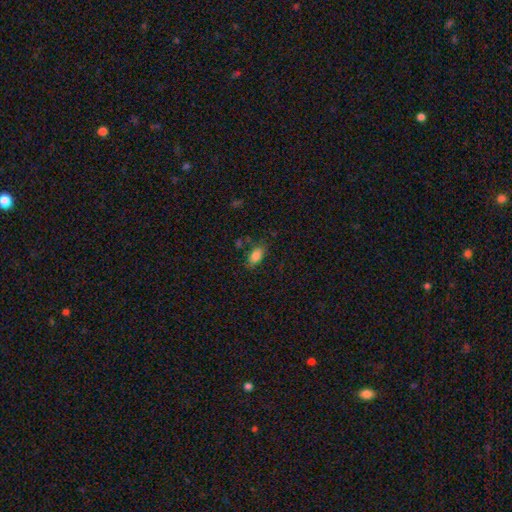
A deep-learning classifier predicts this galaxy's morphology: A smooth galaxy with no disk features (84%) that is in between round and cigar-shaped (88%).

Vote fractions:
- Smooth or featured? smooth: 84% / star or artifact: 9% / featured or disk: 8%
- How rounded? in between: 88% / cigar-shaped: 8% / round: 4%
- Merging? none: 75% / minor disturbance: 17% / major disturbance: 5% / merger: 4%